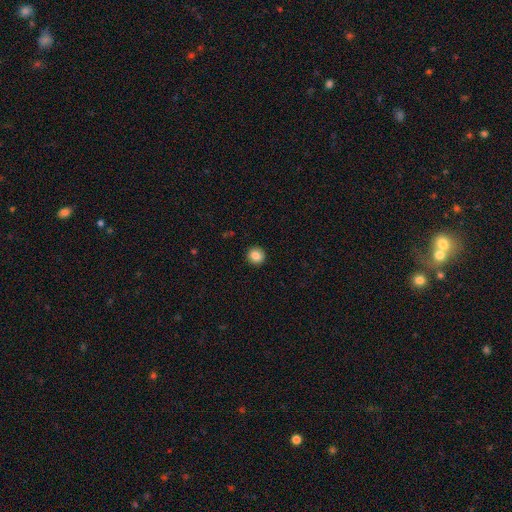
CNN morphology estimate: Overall: smooth (85%). How rounded: round (92%). Merging: none (93%).